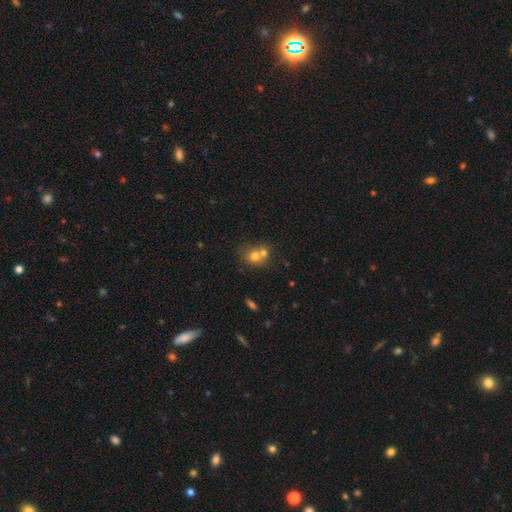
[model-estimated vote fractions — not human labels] A smooth galaxy with no disk features (67%) that is round (76%). Merging: merger (53%).